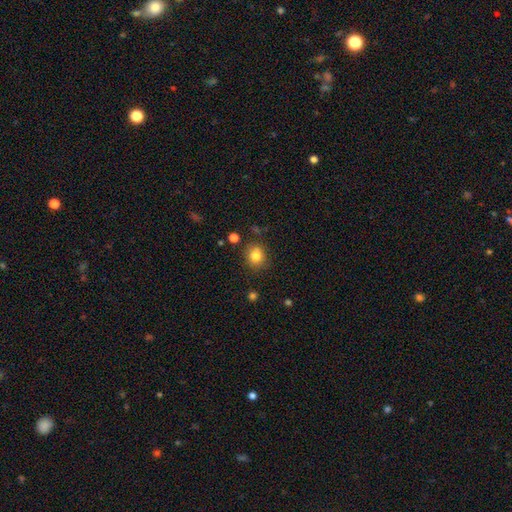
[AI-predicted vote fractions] Smooth or featured?
  - smooth: 82% *
  - star or artifact: 11%
  - featured or disk: 7%
How rounded?
  - round: 78% *
  - in between: 22%
  - cigar-shaped: 1%
Merging?
  - none: 83% *
  - minor disturbance: 11%
  - merger: 3%
  - major disturbance: 3%